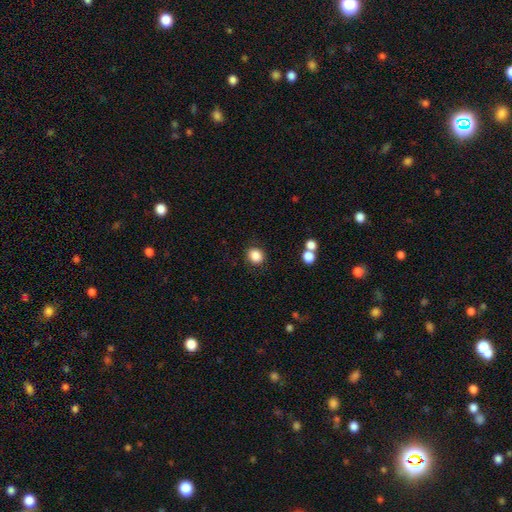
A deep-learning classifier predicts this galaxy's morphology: Smooth or featured: smooth — 86% (star or artifact — 10%)
How rounded: round — 79% (in between — 20%)
Merging: none — 86% (minor disturbance — 9%)